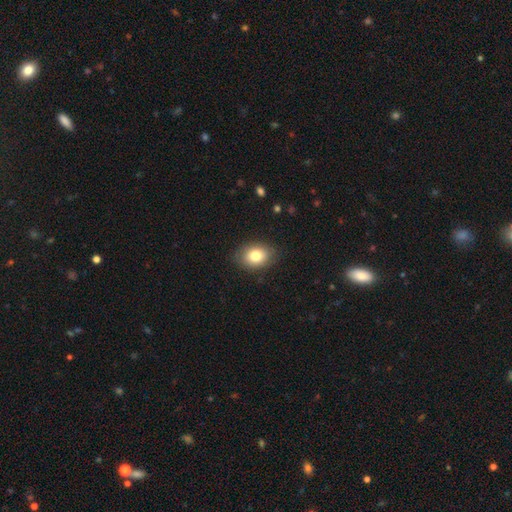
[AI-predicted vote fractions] Smooth or featured?
  - smooth: 79% *
  - featured or disk: 12%
  - star or artifact: 9%
How rounded?
  - in between: 73% *
  - round: 25%
  - cigar-shaped: 1%
Merging?
  - none: 85% *
  - minor disturbance: 11%
  - major disturbance: 3%
  - merger: 1%